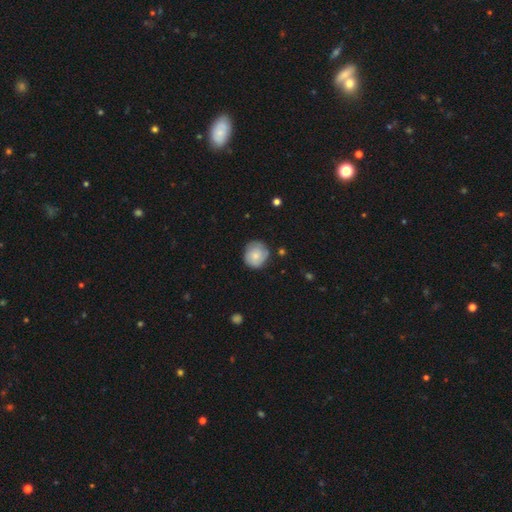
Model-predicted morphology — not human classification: smooth_or_featured: smooth (p=0.69) [alt: featured or disk p=0.24]
how_rounded: round (p=0.87) [alt: in between p=0.12]
merging: none (p=0.73) [alt: minor disturbance p=0.20]